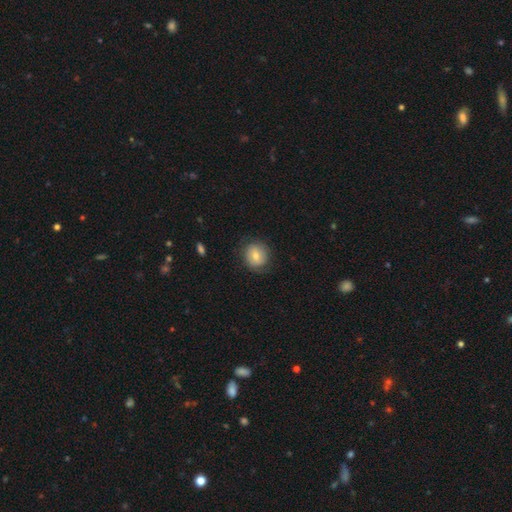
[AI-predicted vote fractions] smooth-or-featured: smooth: 69% | featured or disk: 23% | star or artifact: 8%
  how-rounded: round: 84% | in between: 15% | cigar-shaped: 1%
  merging: none: 79% | minor disturbance: 15% | major disturbance: 5% | merger: 1%